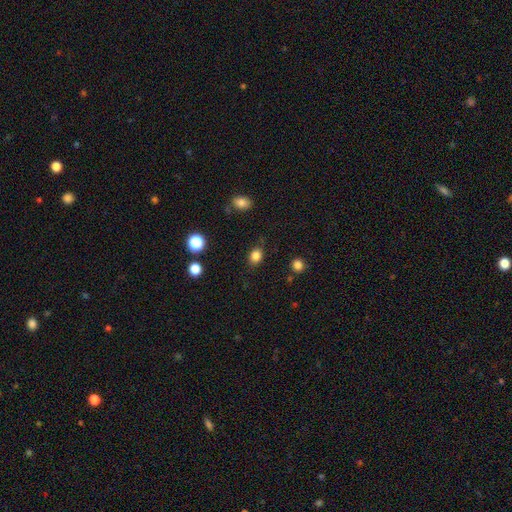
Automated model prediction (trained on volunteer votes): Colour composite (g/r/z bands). It shows a smooth galaxy with no disk features (83%) that is in between round and cigar-shaped (52%). Merging: none (81%).